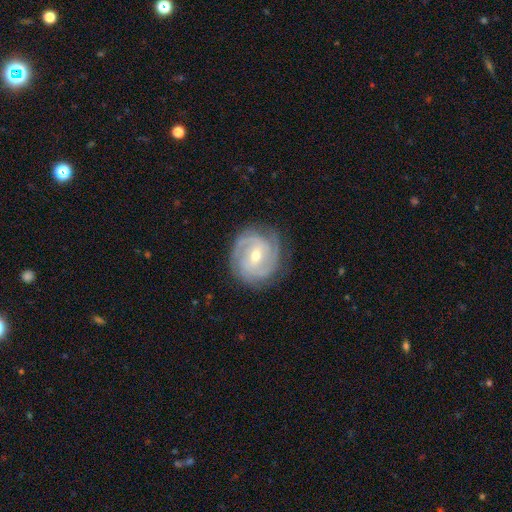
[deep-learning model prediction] smooth-or-featured: featured or disk: 87% | smooth: 8% | star or artifact: 5%
  disk-edge-on: no: 98% | yes: 2%
    bar: weak: 48% | no: 35% | strong: 17%
    has-spiral-arms: yes: 97% | no: 3%
      spiral-winding: tight: 65% | medium: 29% | loose: 6%
      spiral-arm-count: 3: 39% | 2: 25% | can't tell: 17% | 4: 9% | 1: 5% | more than 4: 5%
    bulge-size: moderate: 53% | small: 44% | large: 1% | none: 1% | dominant: 1%
  merging: none: 81% | minor disturbance: 14% | major disturbance: 4% | merger: 1%